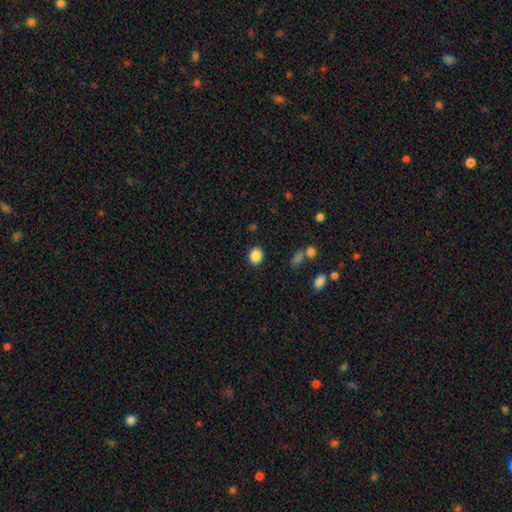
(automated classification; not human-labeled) Smooth or featured? smooth (87%)
How rounded? round (57%)
Merging? none (87%)